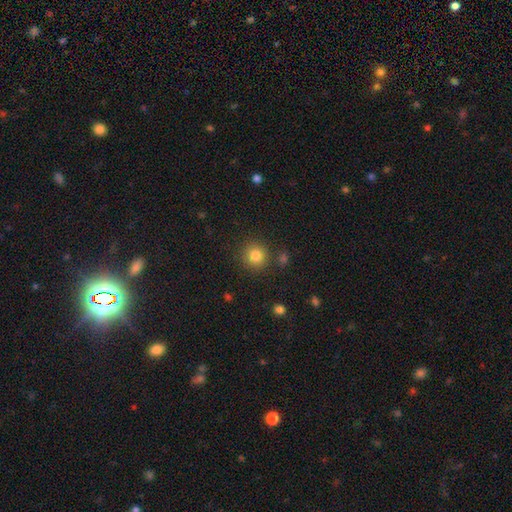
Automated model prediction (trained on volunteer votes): smooth_or_featured: smooth (p=0.83) [alt: star or artifact p=0.12]
how_rounded: round (p=0.93) [alt: in between p=0.06]
merging: none (p=0.85) [alt: minor disturbance p=0.08]